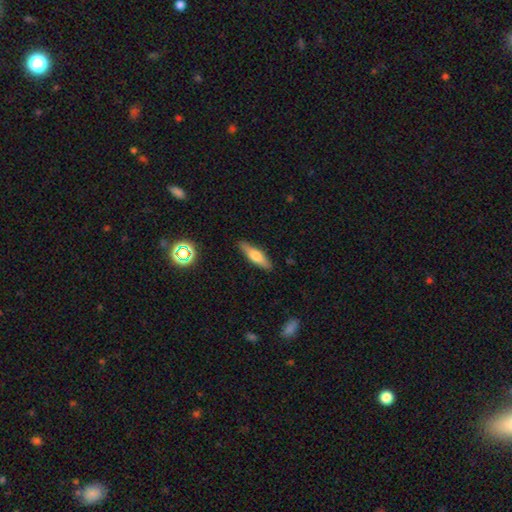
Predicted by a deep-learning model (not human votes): Overall: smooth (59%; featured or disk 33%). How rounded: cigar-shaped (65%; in between 33%). Merging: none (87%).